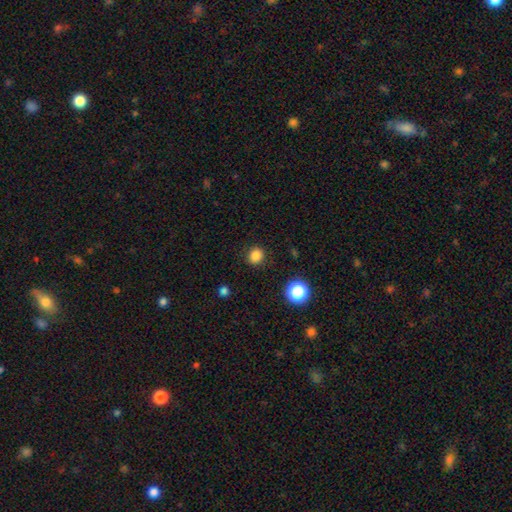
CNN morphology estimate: Smooth or featured: smooth — 83% (star or artifact — 13%)
How rounded: round — 79% (in between — 20%)
Merging: none — 89% (minor disturbance — 7%)